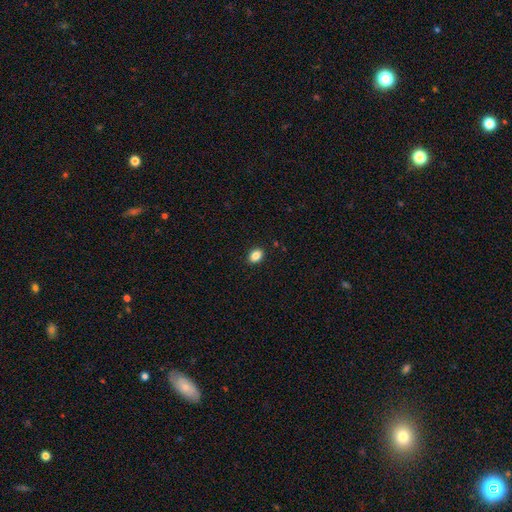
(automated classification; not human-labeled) Q: Smooth or featured?
A: smooth (86%); runner-up: star or artifact (9%)
Q: How rounded?
A: in between (76%); runner-up: round (23%)
Q: Merging?
A: none (90%); runner-up: minor disturbance (7%)